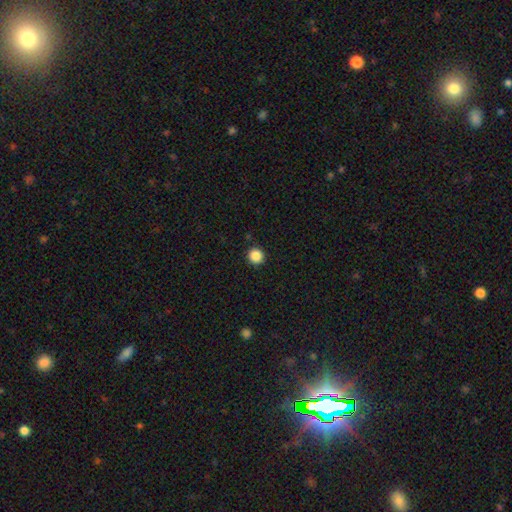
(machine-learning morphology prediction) Smooth or featured? Predicted: smooth (p=0.87). How rounded? Predicted: round (p=0.94). Merging? Predicted: none (p=0.93).